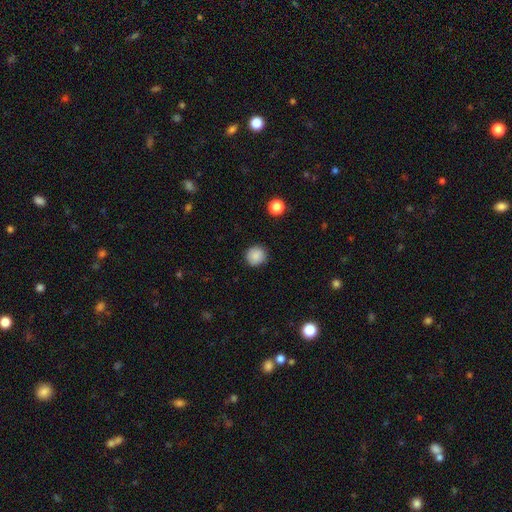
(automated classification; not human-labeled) Smooth or featured: smooth — 86% (star or artifact — 9%)
How rounded: round — 91% (in between — 8%)
Merging: none — 88% (minor disturbance — 9%)